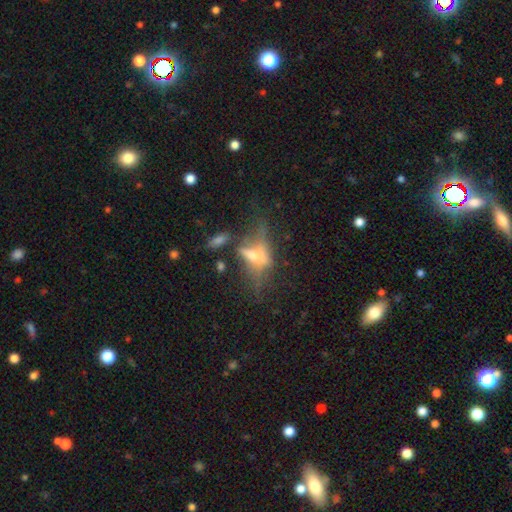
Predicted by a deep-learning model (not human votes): Smooth or featured?
  - featured or disk: 54% *
  - smooth: 31%
  - star or artifact: 15%
Edge-on disk?
  - yes: 61% *
  - no: 39%
Merging?
  - none: 35% *
  - major disturbance: 33%
  - minor disturbance: 18%
  - merger: 14%